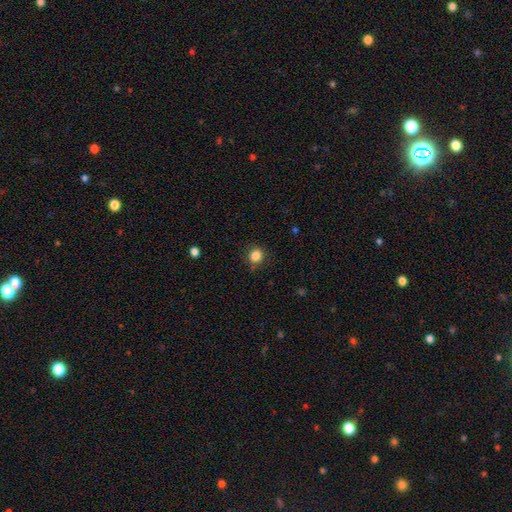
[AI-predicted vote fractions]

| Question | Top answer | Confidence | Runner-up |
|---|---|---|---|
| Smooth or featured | smooth | 85% | star or artifact (12%) |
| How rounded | round | 88% | in between (11%) |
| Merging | none | 86% | minor disturbance (10%) |